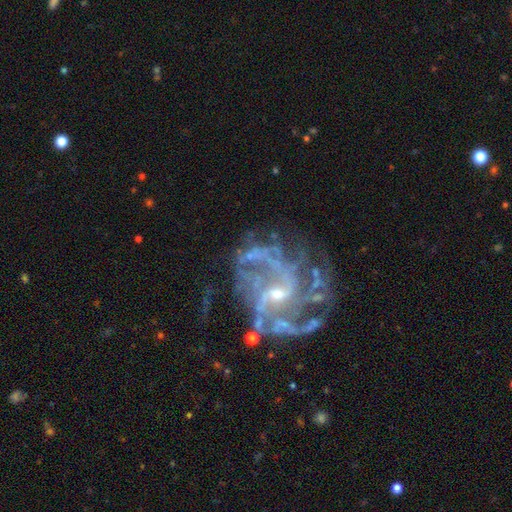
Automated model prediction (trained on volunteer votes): Overall: featured or disk (87%). Edge-on disk: no (98%). Bar: weak (44%; no 40%). Spiral arms: yes (94%). Spiral arm count: 2 (29%; can't tell 23%). Spiral winding: medium (46%; loose 30%). Bulge size: small (68%). Merging: none (48%; major disturbance 28%).